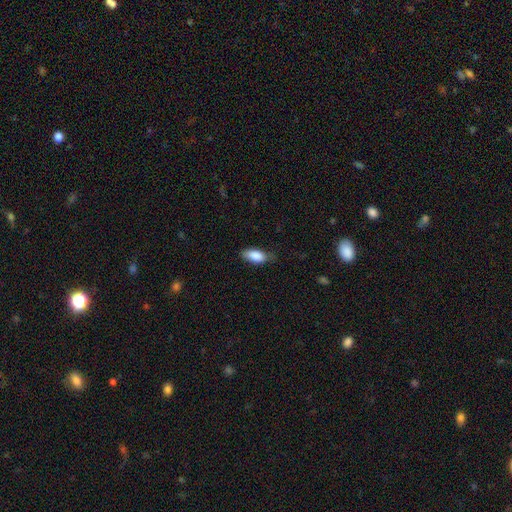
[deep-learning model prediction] Smooth or featured? Predicted: smooth (p=0.87). How rounded? Predicted: in between (p=0.88). Merging? Predicted: none (p=0.70).